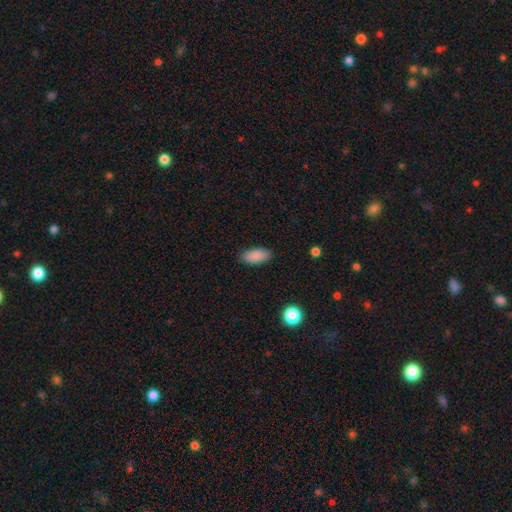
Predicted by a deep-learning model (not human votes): Smooth or featured: smooth — 88% (star or artifact — 7%)
How rounded: in between — 88% (cigar-shaped — 9%)
Merging: none — 88% (minor disturbance — 9%)